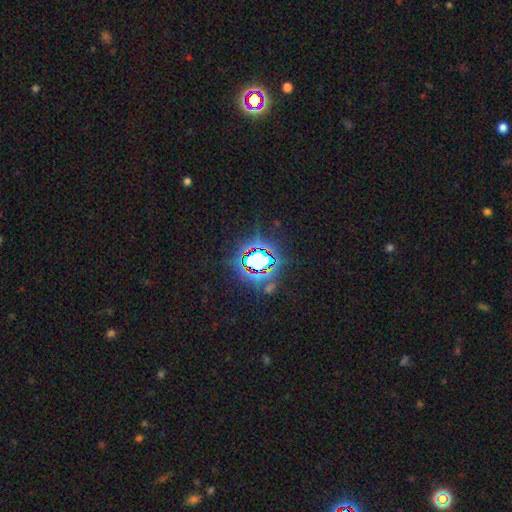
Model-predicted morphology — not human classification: smooth_or_featured: star or artifact (p=0.76) [alt: smooth p=0.13]